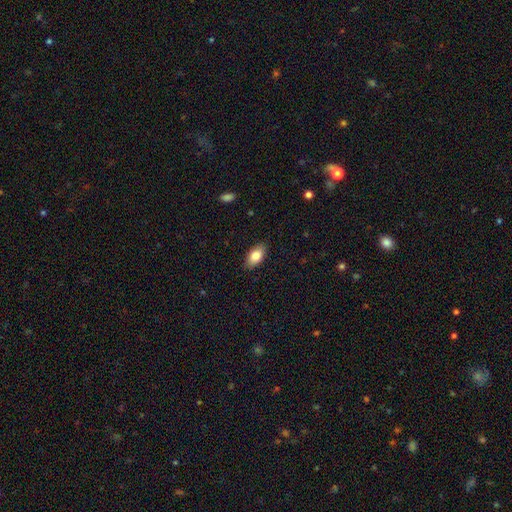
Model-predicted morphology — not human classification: Smooth or featured: smooth — 83% (featured or disk — 10%)
How rounded: in between — 91% (round — 4%)
Merging: none — 87% (minor disturbance — 10%)